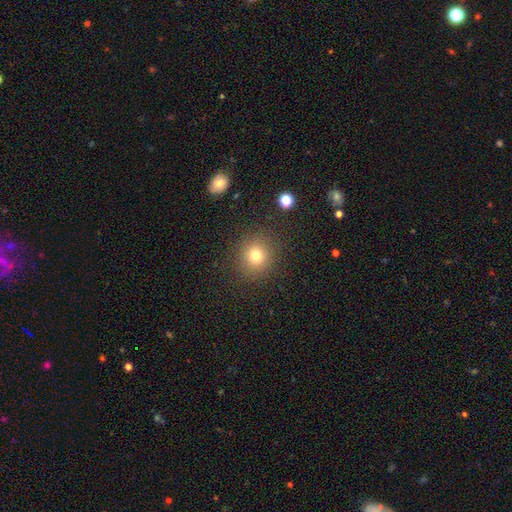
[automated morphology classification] This appears to be a smooth galaxy with no disk features (77%) that is round (90%). Merging: none (89%).